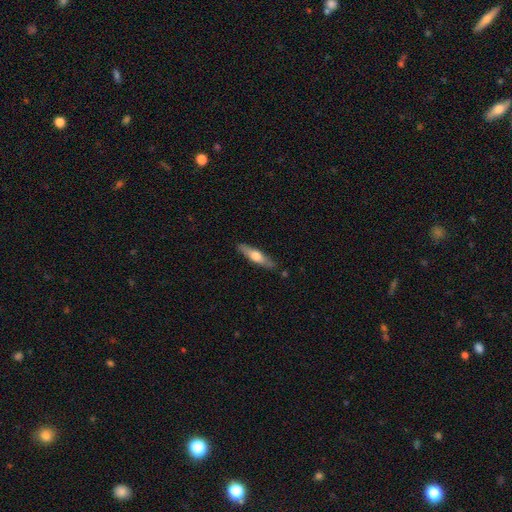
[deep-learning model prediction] Smooth or featured: smooth — 51% (featured or disk — 43%)
How rounded: cigar-shaped — 77% (in between — 21%)
Merging: none — 86% (minor disturbance — 11%)